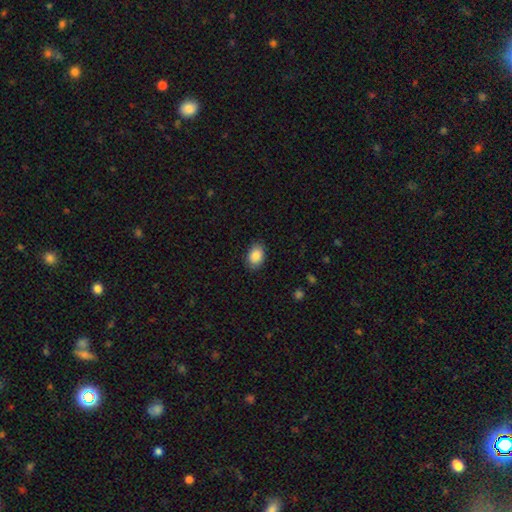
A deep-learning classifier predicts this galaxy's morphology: smooth 87%, star or artifact 7%, featured or disk 6%. Down the decision tree: how rounded — in between (82%); merging — none (86%).